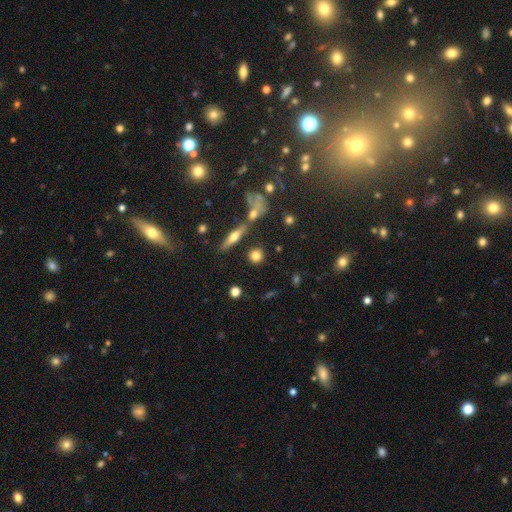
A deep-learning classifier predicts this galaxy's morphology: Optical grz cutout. It shows a smooth galaxy with no disk features (73%) that is round (80%). Merging: none (78%).